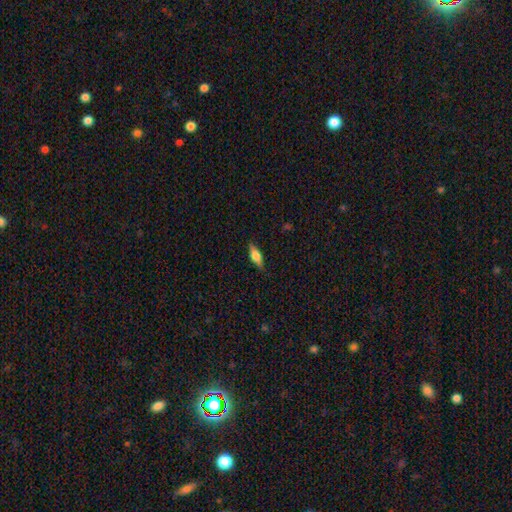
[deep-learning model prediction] Overall: smooth (55%; featured or disk 38%). How rounded: in between (61%; cigar-shaped 36%). Merging: none (86%).